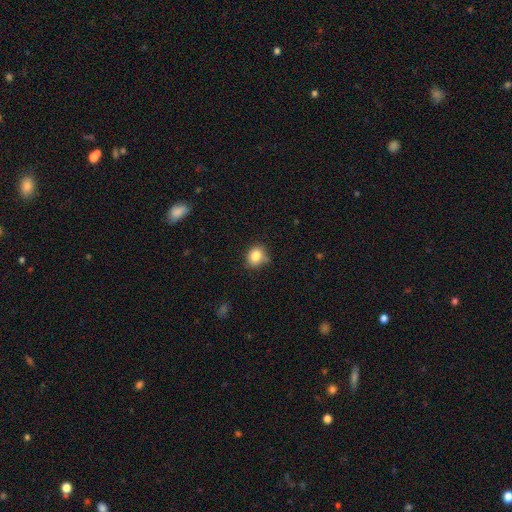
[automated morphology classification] Q: Smooth or featured?
A: smooth (83%); runner-up: star or artifact (10%)
Q: How rounded?
A: round (61%); runner-up: in between (38%)
Q: Merging?
A: none (69%); runner-up: minor disturbance (23%)